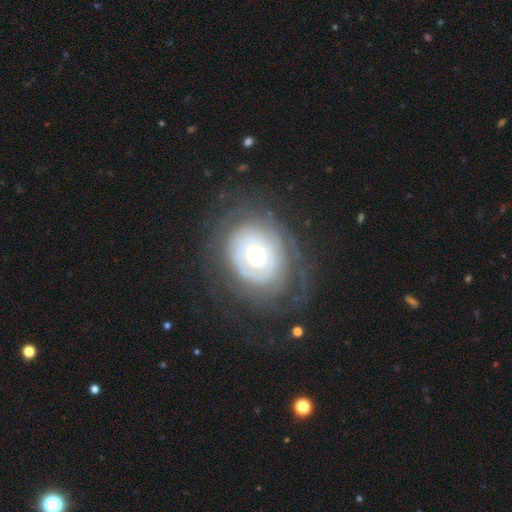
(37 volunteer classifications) Smooth or featured? featured or disk (81%)
Edge-on disk? no (97%)
Bar? no (86%)
Spiral arms? yes (79%)
Spiral winding? tight (61%)
Spiral arm count? can't tell (52%)
Bulge size? moderate (72%)
Merging? none (57%)